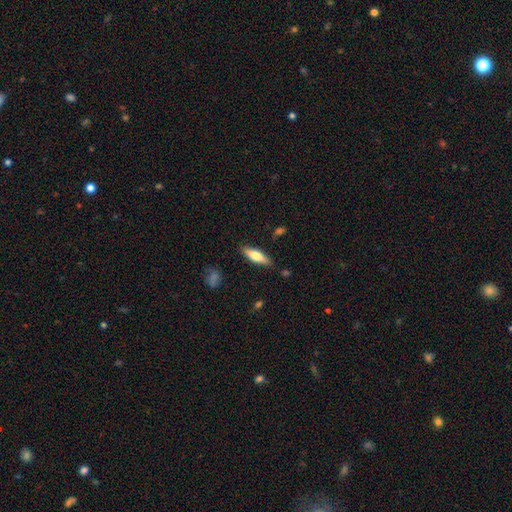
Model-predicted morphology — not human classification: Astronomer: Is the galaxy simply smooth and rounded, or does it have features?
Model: smooth — 64%.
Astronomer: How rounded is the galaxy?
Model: in between — 51% (runner-up: cigar-shaped, 46%).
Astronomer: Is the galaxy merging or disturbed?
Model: none — 84%.